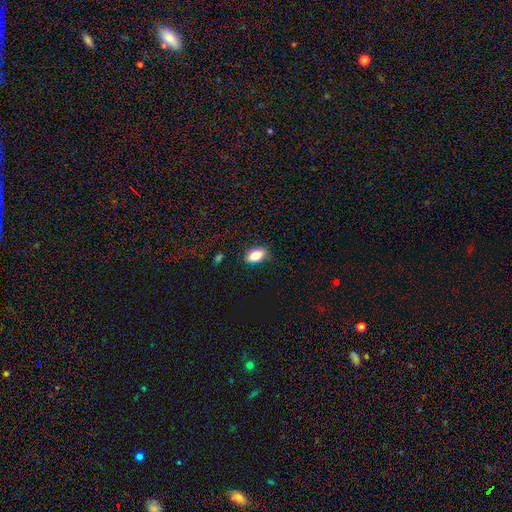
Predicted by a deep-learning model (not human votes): Smooth or featured?
  - smooth: 82% *
  - featured or disk: 10%
  - star or artifact: 8%
How rounded?
  - in between: 90% *
  - round: 7%
  - cigar-shaped: 4%
Merging?
  - none: 85% *
  - minor disturbance: 11%
  - major disturbance: 2%
  - merger: 1%